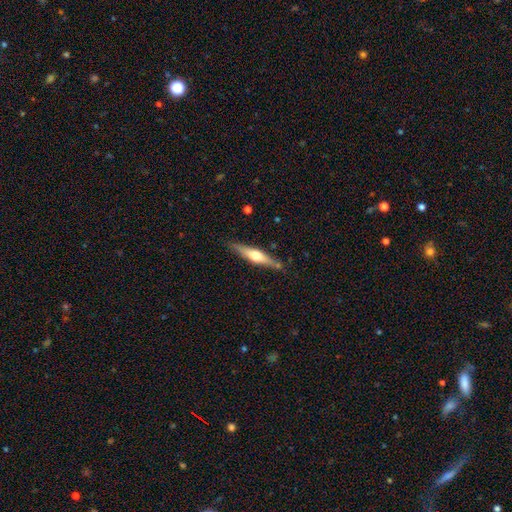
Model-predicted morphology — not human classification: The model was most divided on "smooth or featured": featured or disk: 59%, smooth: 36%, star or artifact: 6%. More confident: edge-on disk — yes (95%); edge-on bulge — rounded (92%); merging — none (83%).